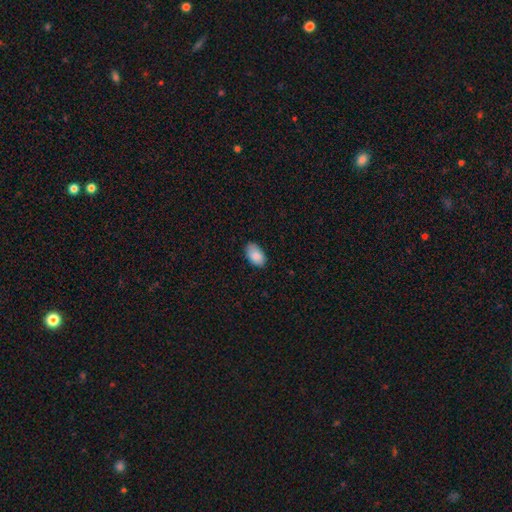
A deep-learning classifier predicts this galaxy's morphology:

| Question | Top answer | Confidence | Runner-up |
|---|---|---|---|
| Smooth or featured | smooth | 87% | featured or disk (7%) |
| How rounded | in between | 94% | round (5%) |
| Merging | none | 78% | minor disturbance (18%) |